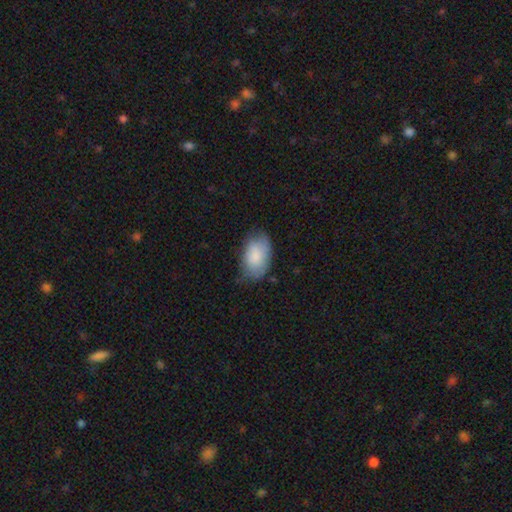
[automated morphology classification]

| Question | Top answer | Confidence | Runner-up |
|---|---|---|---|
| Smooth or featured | smooth | 83% | featured or disk (11%) |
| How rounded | in between | 93% | round (6%) |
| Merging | none | 64% | minor disturbance (28%) |